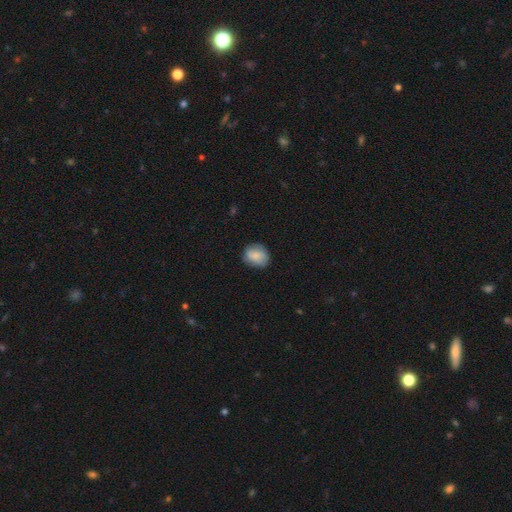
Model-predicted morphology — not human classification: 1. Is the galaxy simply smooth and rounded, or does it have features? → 80% smooth, 13% featured or disk, 7% star or artifact.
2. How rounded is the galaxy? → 62% round, 37% in between, 1% cigar-shaped.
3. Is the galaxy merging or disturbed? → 74% none, 21% minor disturbance, 5% major disturbance, 1% merger.